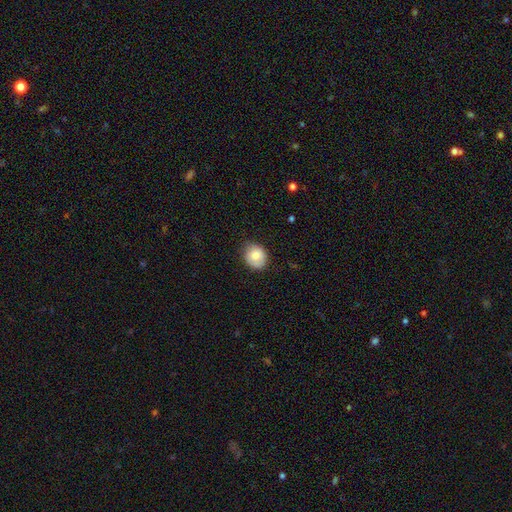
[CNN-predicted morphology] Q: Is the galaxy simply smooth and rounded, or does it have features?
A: smooth — 82%.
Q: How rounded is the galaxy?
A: round — 61%.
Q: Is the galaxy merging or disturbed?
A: none — 74%.